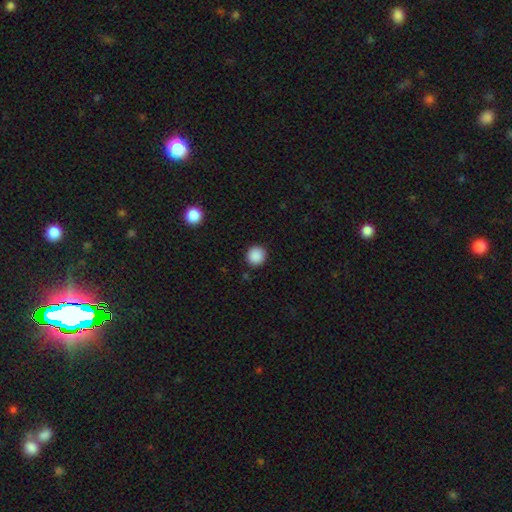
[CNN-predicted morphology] smooth 89%, star or artifact 9%, featured or disk 2%. Down the decision tree: how rounded — round (94%); merging — none (91%).